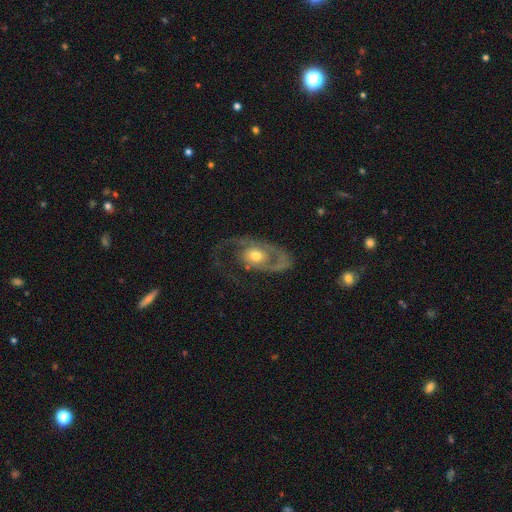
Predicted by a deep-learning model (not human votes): Smooth or featured? Predicted: featured or disk (p=0.79). Edge-on disk? Predicted: no (p=0.95). Bar? Predicted: no (p=0.78). Spiral arms? Predicted: yes (p=0.83). Spiral winding? Predicted: medium (p=0.41). Spiral arm count? Predicted: 1 (p=0.43). Bulge size? Predicted: moderate (p=0.68). Merging? Predicted: none (p=0.46).